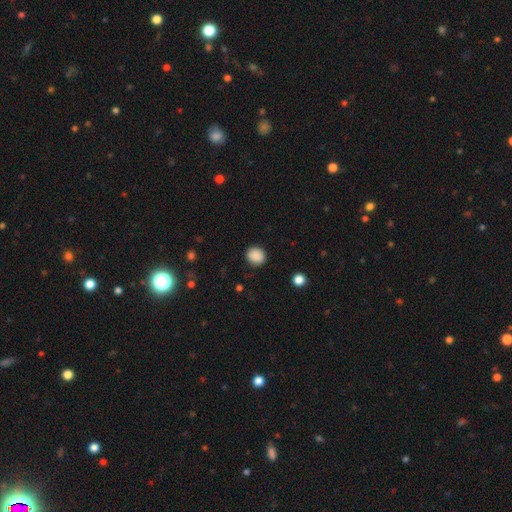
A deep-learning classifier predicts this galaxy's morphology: This is clearly a smooth galaxy (89%). How rounded: likely round (76%). Merging: clearly none (89%).